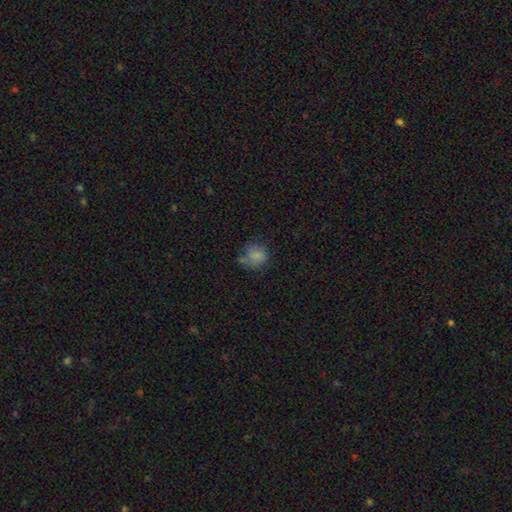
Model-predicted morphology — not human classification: Smooth or featured?
  - smooth: 78% *
  - star or artifact: 12%
  - featured or disk: 9%
How rounded?
  - round: 76% *
  - in between: 23%
  - cigar-shaped: 1%
Merging?
  - none: 58% *
  - minor disturbance: 25%
  - major disturbance: 10%
  - merger: 7%